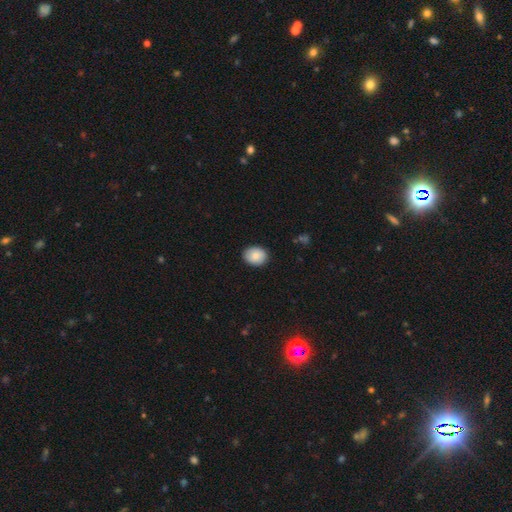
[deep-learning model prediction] Morphology: type=smooth (86%); roundness=in between (55%); merging=none (89%).